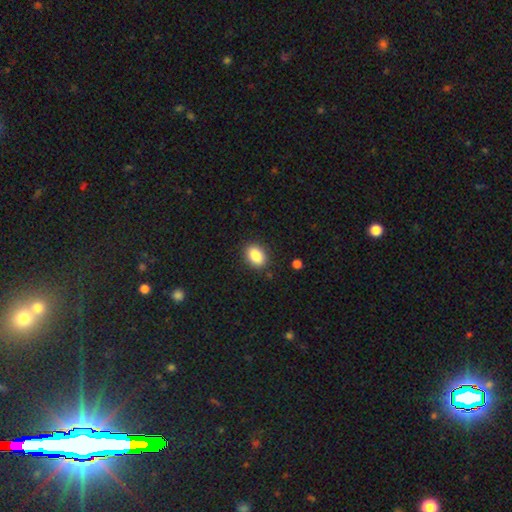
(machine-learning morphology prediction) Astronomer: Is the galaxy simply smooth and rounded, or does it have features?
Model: smooth — 87%.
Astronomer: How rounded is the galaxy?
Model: in between — 78%.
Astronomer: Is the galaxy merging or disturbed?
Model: none — 88%.